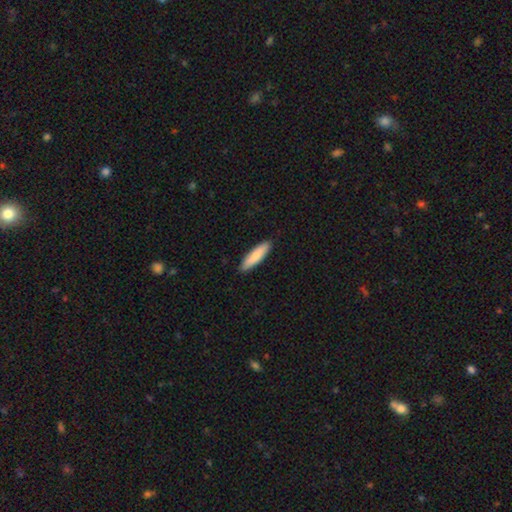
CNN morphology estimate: Overall: smooth (84%). How rounded: cigar-shaped (71%). Merging: none (90%).